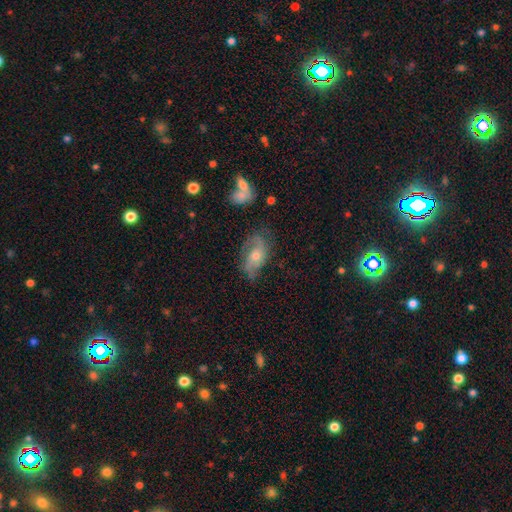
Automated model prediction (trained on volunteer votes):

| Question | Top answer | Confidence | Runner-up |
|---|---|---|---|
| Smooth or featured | featured or disk | 68% | smooth (24%) |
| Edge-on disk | no | 94% | yes (6%) |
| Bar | no | 68% | weak (26%) |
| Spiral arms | yes | 87% | no (13%) |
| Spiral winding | loose | 45% | medium (38%) |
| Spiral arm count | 2 | 72% | can't tell (13%) |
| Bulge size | moderate | 59% | small (35%) |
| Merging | none | 56% | minor disturbance (27%) |